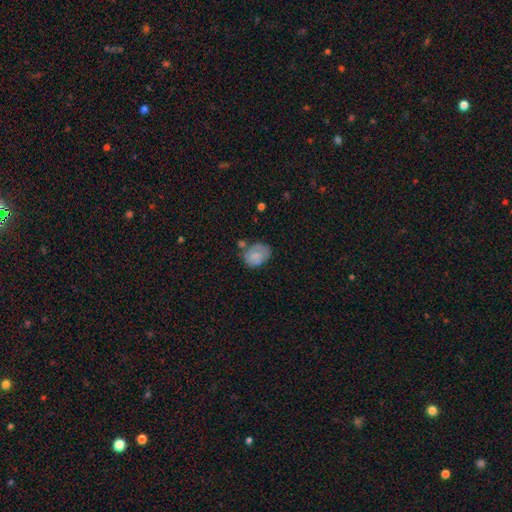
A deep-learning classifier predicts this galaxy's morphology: Smooth or featured?
  - smooth: 73% *
  - featured or disk: 19%
  - star or artifact: 8%
How rounded?
  - in between: 66% *
  - round: 33%
  - cigar-shaped: 1%
Merging?
  - none: 54% *
  - minor disturbance: 26%
  - merger: 11%
  - major disturbance: 9%